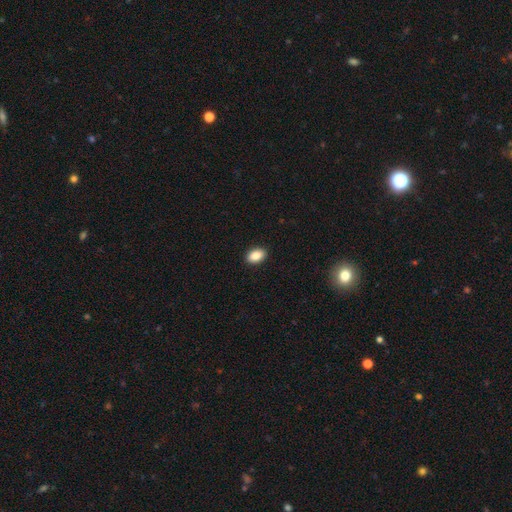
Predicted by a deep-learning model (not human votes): smooth-or-featured: smooth: 88% | star or artifact: 8% | featured or disk: 4%
  how-rounded: in between: 88% | round: 11% | cigar-shaped: 1%
  merging: none: 91% | minor disturbance: 7% | major disturbance: 2% | merger: 1%